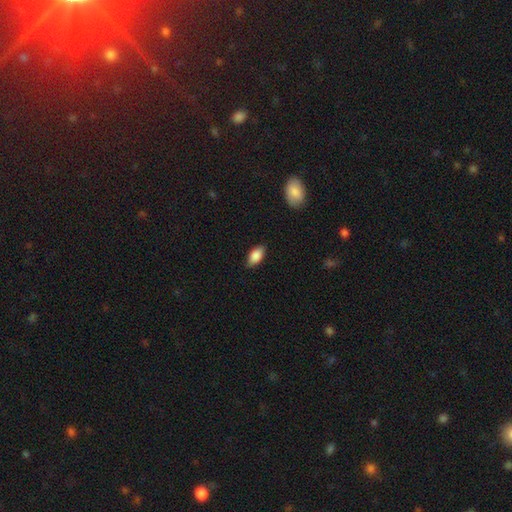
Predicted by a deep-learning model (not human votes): Overall: smooth (86%). How rounded: in between (91%). Merging: none (85%).